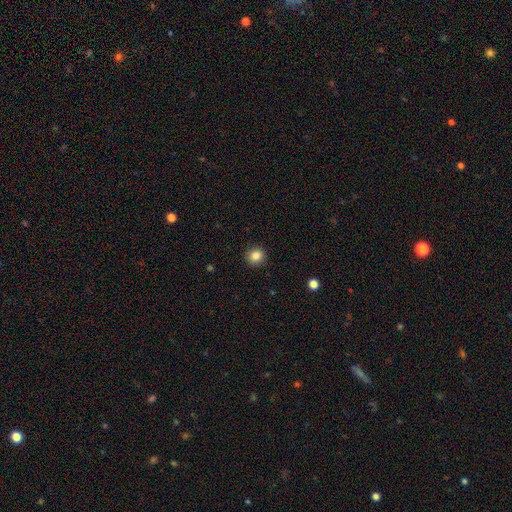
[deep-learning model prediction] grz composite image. It shows a smooth galaxy with no disk features (86%) that is round (87%). Merging: none (91%).